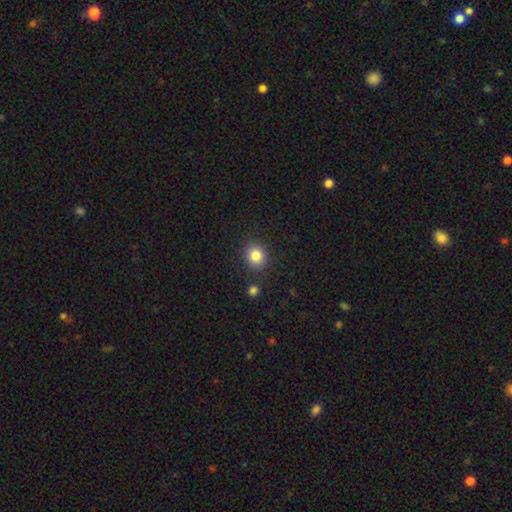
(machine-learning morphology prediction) This is clearly a smooth galaxy (84%). How rounded: likely round (76%). Merging: clearly none (86%).